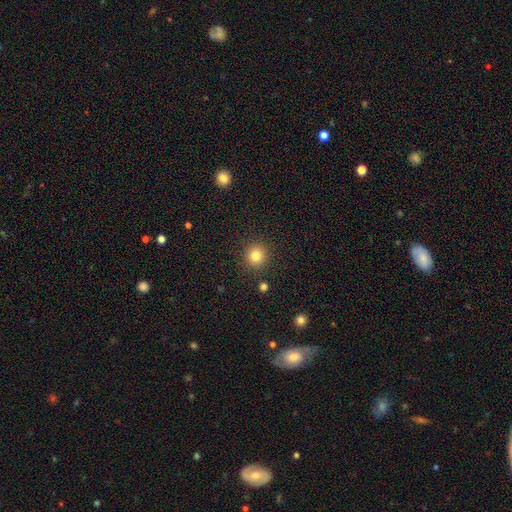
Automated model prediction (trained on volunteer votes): This appears to be a smooth galaxy with no disk features (82%) that is round (91%). Merging: none (90%).